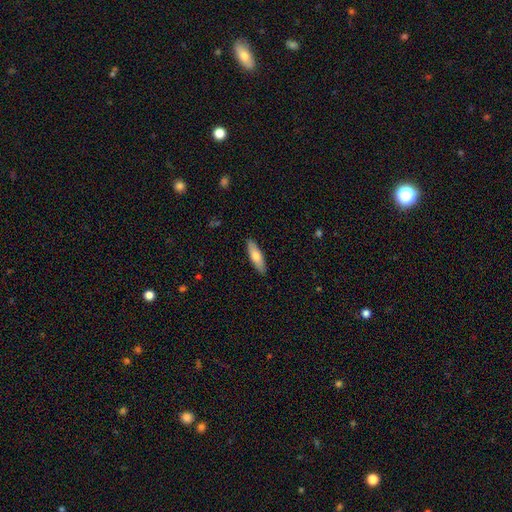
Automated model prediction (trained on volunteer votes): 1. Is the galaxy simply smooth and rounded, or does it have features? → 69% smooth, 25% featured or disk, 5% star or artifact.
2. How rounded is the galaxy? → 55% cigar-shaped, 43% in between, 2% round.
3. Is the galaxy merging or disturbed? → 89% none, 8% minor disturbance, 2% major disturbance, 1% merger.